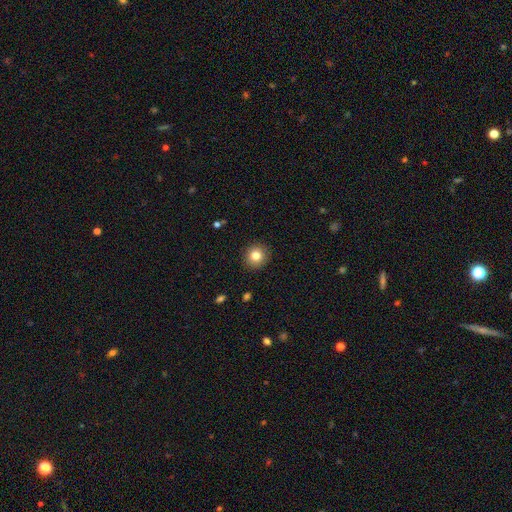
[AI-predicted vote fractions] Overall: smooth (82%). How rounded: round (91%). Merging: none (91%).